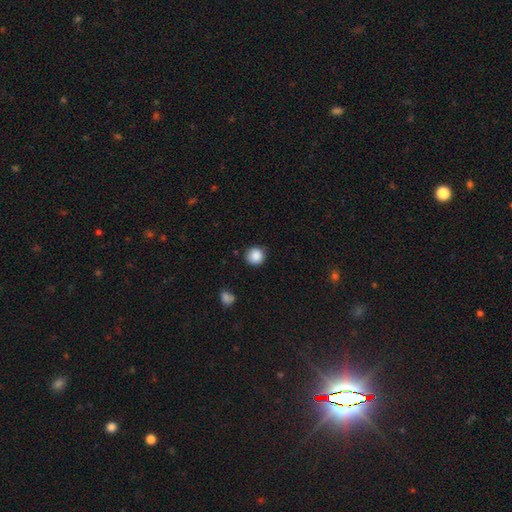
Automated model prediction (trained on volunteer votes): Q: Smooth or featured?
A: smooth (88%); runner-up: star or artifact (9%)
Q: How rounded?
A: round (94%); runner-up: in between (5%)
Q: Merging?
A: none (86%); runner-up: minor disturbance (10%)